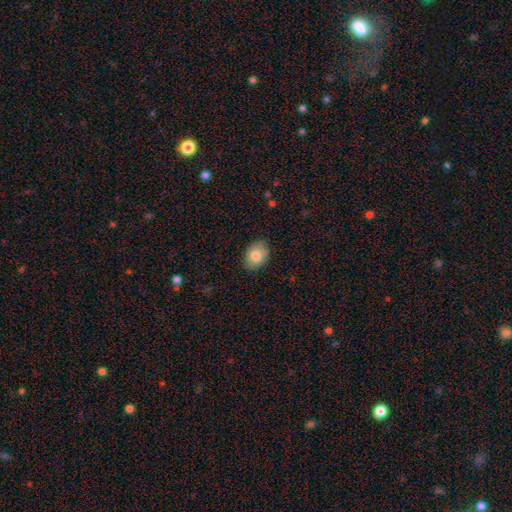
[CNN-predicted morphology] Smooth or featured? smooth (84%)
How rounded? in between (76%)
Merging? none (83%)